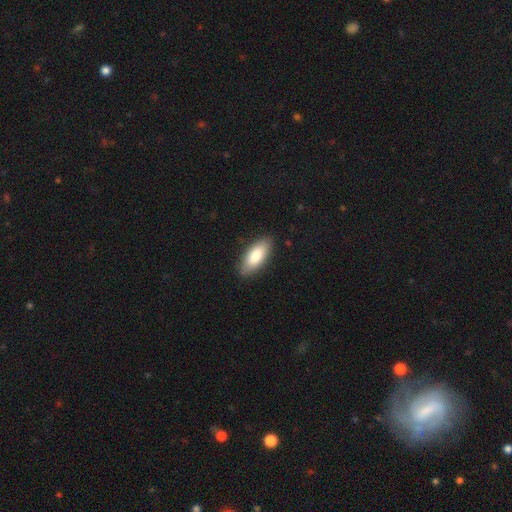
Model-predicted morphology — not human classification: smooth 83%, featured or disk 12%, star or artifact 6%. Down the decision tree: how rounded — in between (82%); merging — none (86%).